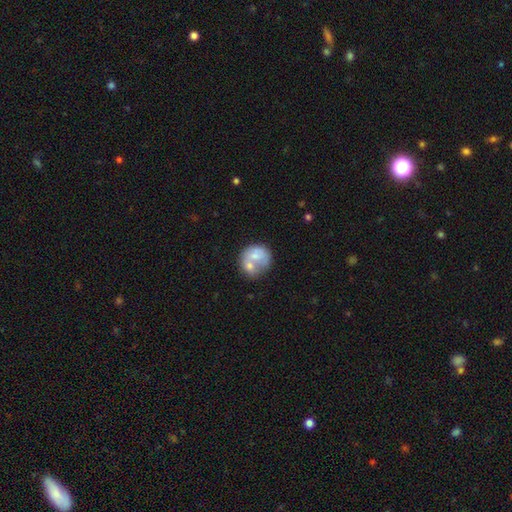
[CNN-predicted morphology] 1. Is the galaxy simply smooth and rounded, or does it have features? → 63% smooth, 31% featured or disk, 7% star or artifact.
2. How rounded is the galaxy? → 75% round, 24% in between, 1% cigar-shaped.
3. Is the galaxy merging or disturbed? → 52% merger, 29% none, 12% minor disturbance, 7% major disturbance.